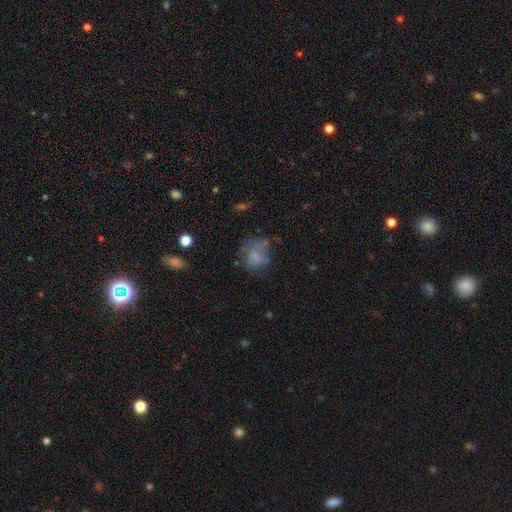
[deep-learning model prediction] smooth_or_featured: smooth (p=0.56) [alt: featured or disk p=0.29]
how_rounded: round (p=0.53) [alt: in between p=0.46]
merging: none (p=0.40) [alt: major disturbance p=0.31]